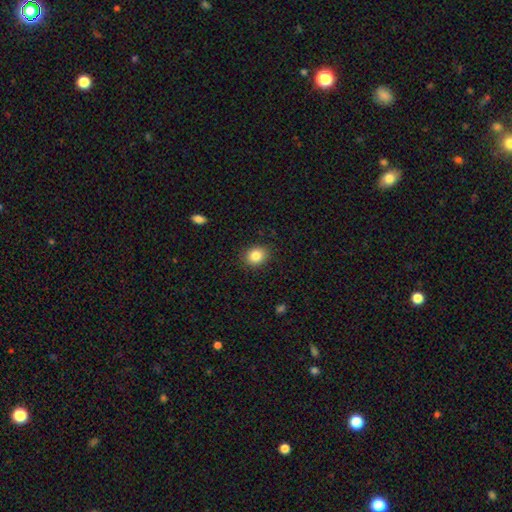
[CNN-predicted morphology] The model was most divided on "how rounded": round: 61%, in between: 38%, cigar-shaped: 1%. More confident: merging — none (88%); smooth or featured — smooth (85%).